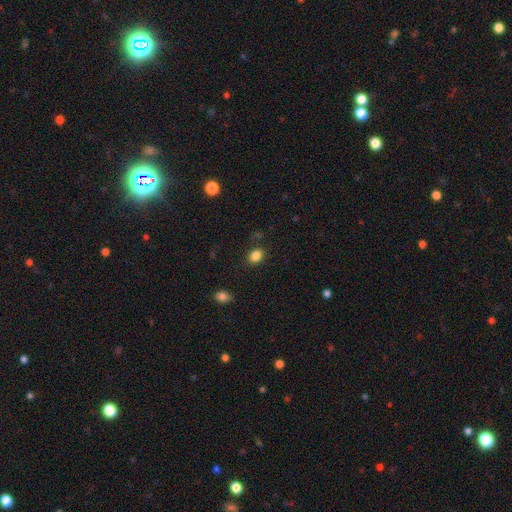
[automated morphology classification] Smooth or featured?
  - smooth: 84% *
  - star or artifact: 11%
  - featured or disk: 5%
How rounded?
  - in between: 53% *
  - round: 46%
  - cigar-shaped: 1%
Merging?
  - none: 83% *
  - minor disturbance: 11%
  - major disturbance: 4%
  - merger: 2%